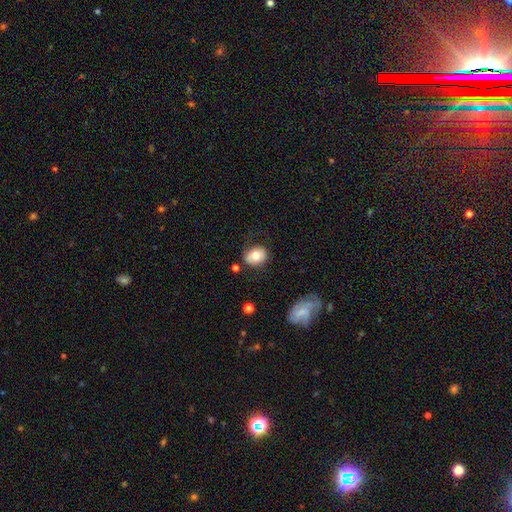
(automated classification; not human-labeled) A smooth galaxy with no disk features (72%) that is round (55%). Merging: none (70%).